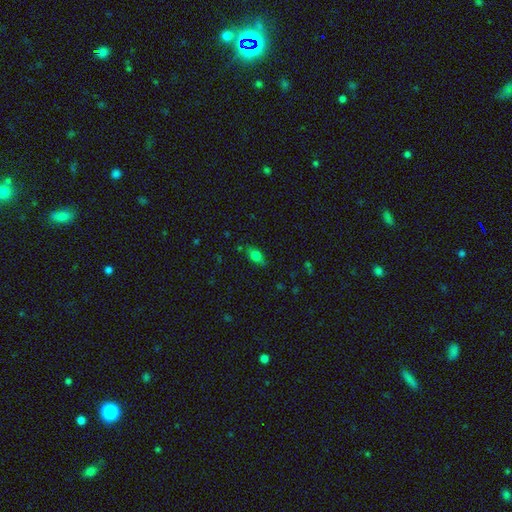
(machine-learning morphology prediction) Smooth or featured? smooth (73%)
How rounded? in between (77%)
Merging? none (76%)